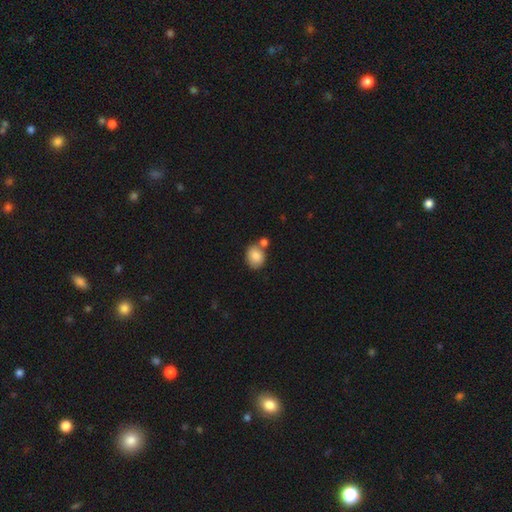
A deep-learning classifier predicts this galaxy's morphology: This appears to be a smooth galaxy with no disk features (84%) that is in between round and cigar-shaped (54%). Merging: none (56%).